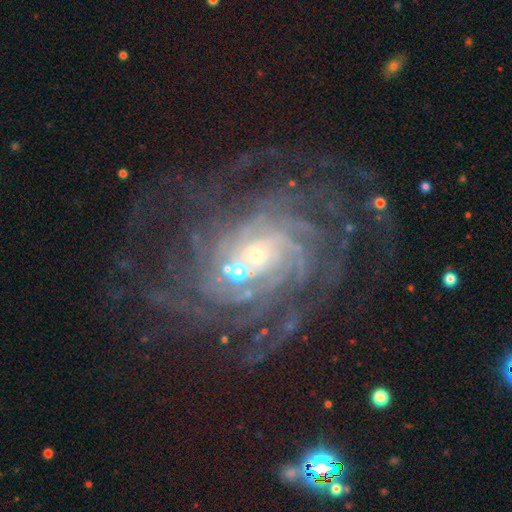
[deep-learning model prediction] Smooth or featured? featured or disk (88%)
Edge-on disk? no (97%)
Bar? no (63%)
Spiral arms? yes (98%)
Spiral winding? tight (71%)
Spiral arm count? more than 4 (40%)
Bulge size? small (69%)
Merging? none (67%)